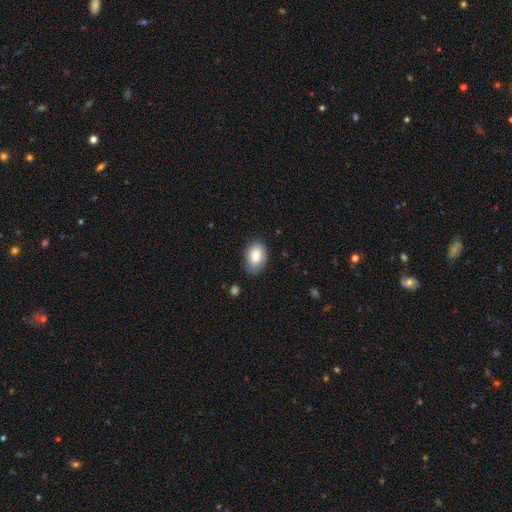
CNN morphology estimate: Overall: smooth (84%). How rounded: in between (88%). Merging: none (79%).